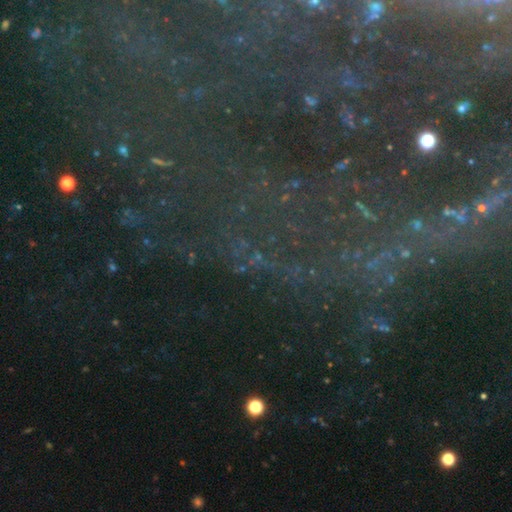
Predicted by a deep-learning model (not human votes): Q: Smooth or featured?
A: star or artifact (80%); runner-up: featured or disk (10%)